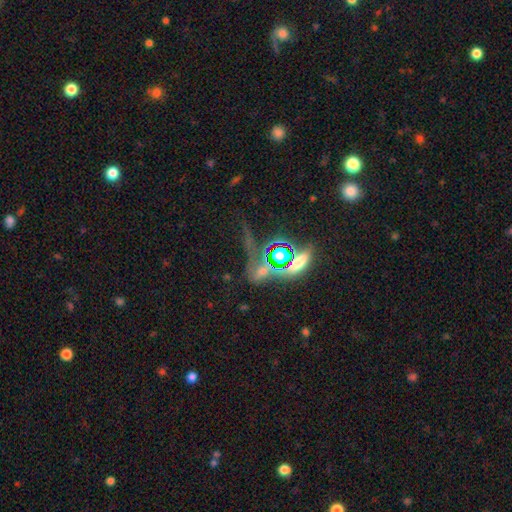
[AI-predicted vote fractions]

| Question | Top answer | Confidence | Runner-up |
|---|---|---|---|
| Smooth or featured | star or artifact | 74% | smooth (14%) |